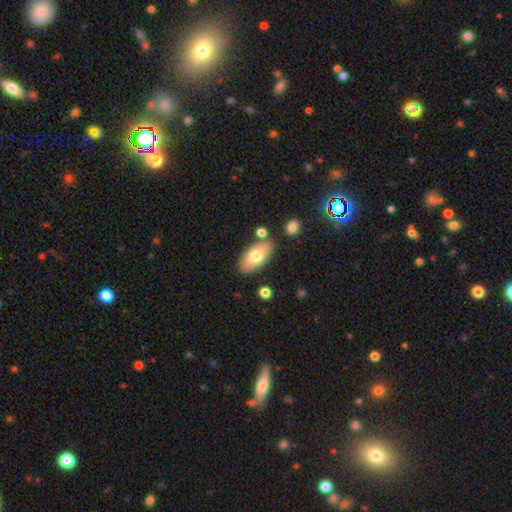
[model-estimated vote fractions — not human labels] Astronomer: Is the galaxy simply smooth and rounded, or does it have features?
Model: smooth — 73%.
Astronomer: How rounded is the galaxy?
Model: in between — 91%.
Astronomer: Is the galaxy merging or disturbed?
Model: none — 78%.